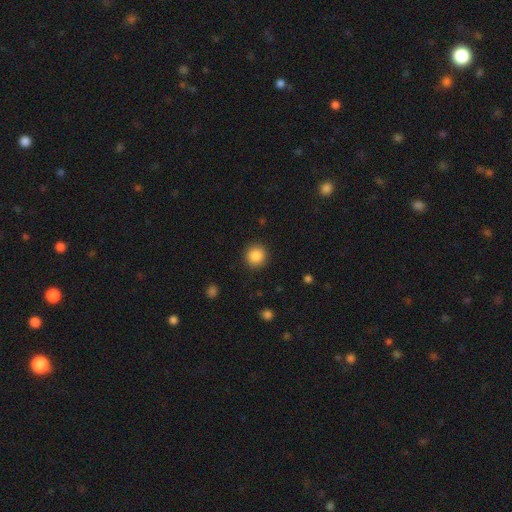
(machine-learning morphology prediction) type=smooth (86%); roundness=round (94%); merging=none (91%).